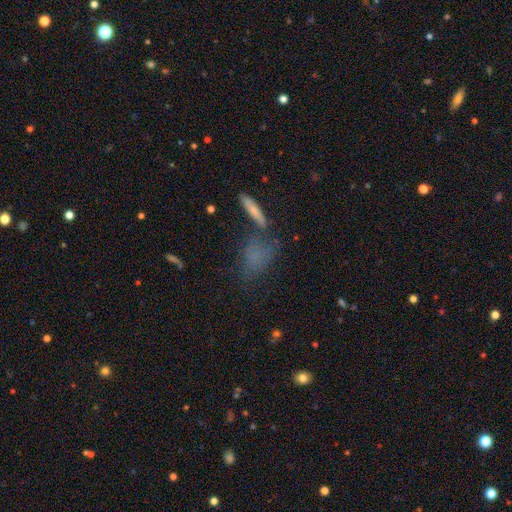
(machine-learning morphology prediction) smooth_or_featured: smooth (p=0.64) [alt: featured or disk p=0.20]
how_rounded: in between (p=0.63) [alt: cigar-shaped p=0.20]
merging: none (p=0.45) [alt: merger p=0.23]